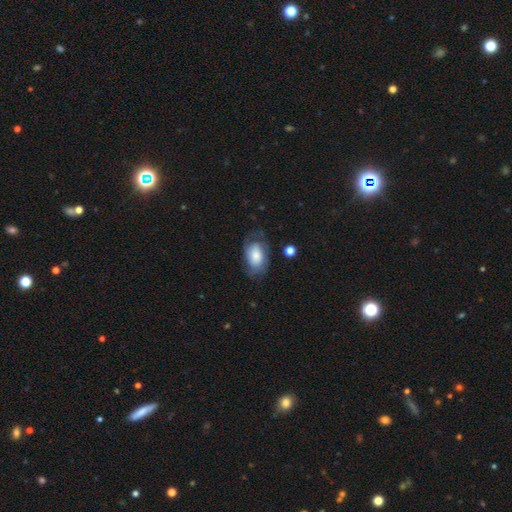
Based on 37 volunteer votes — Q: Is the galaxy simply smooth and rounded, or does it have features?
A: smooth — 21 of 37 (57%).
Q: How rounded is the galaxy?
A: in between — 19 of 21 (90%).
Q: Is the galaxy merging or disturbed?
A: none — 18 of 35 (51%).